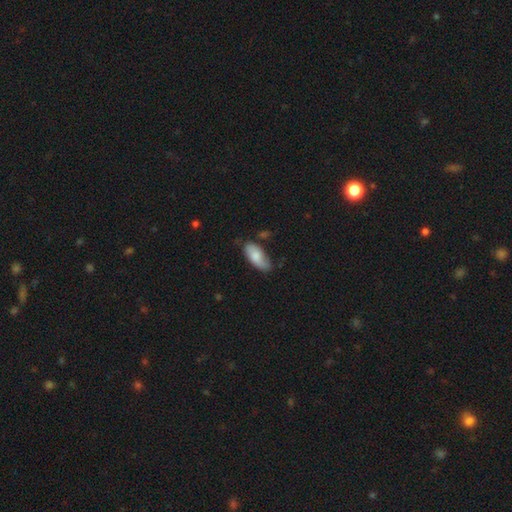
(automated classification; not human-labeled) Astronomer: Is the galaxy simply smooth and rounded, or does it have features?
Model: smooth — 74%.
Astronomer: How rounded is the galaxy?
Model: in between — 89%.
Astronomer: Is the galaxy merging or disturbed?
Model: none — 60%.